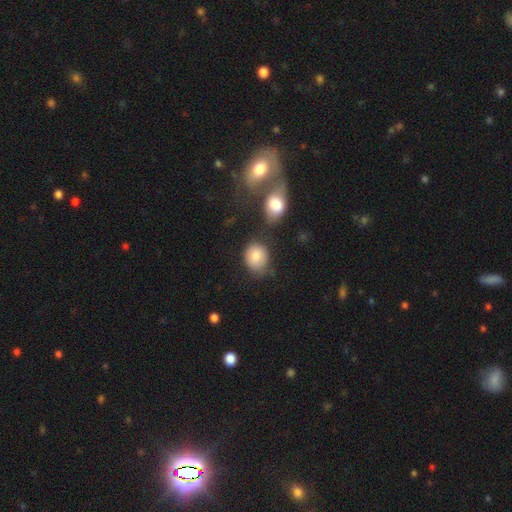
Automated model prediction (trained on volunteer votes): Smooth or featured?
  - smooth: 81% *
  - featured or disk: 11%
  - star or artifact: 8%
How rounded?
  - round: 59% *
  - in between: 40%
  - cigar-shaped: 1%
Merging?
  - none: 63% *
  - minor disturbance: 17%
  - merger: 14%
  - major disturbance: 6%